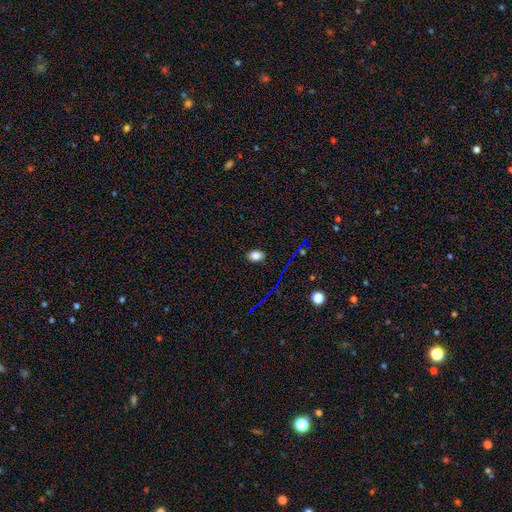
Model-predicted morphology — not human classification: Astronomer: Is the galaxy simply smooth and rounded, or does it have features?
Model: smooth — 80%.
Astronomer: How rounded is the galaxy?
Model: in between — 84%.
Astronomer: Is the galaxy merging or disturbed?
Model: none — 87%.